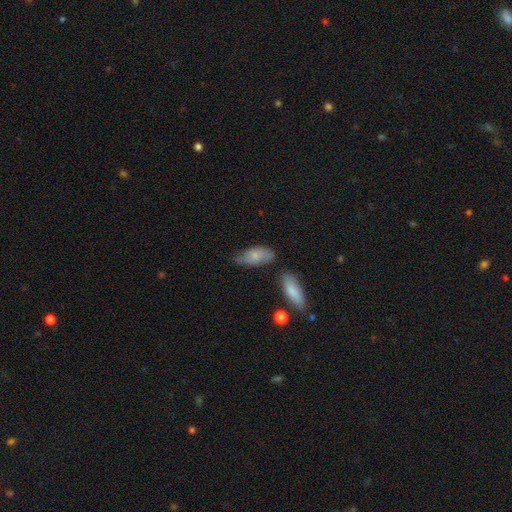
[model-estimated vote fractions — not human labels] Smooth or featured: smooth — 71% (featured or disk — 22%)
How rounded: in between — 86% (cigar-shaped — 11%)
Merging: none — 49% (minor disturbance — 32%)